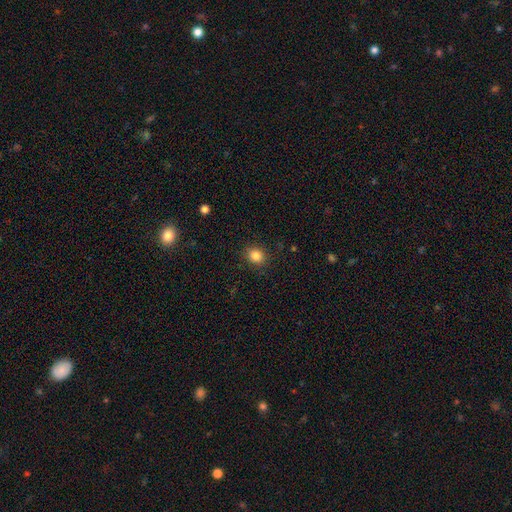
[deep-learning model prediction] This is clearly a smooth galaxy (85%). How rounded: likely round (69%). Merging: clearly none (88%).